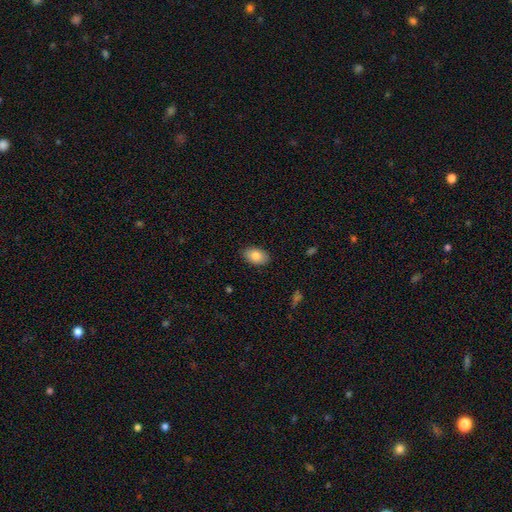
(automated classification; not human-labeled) Morphology: type=smooth (85%); roundness=in between (89%); merging=none (88%).